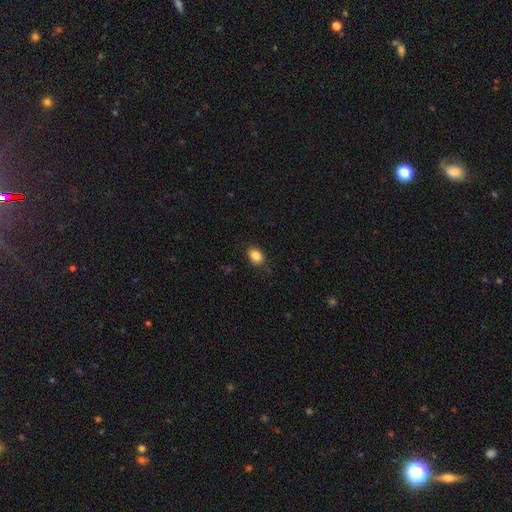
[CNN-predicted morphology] Smooth or featured?
  - smooth: 85% *
  - star or artifact: 9%
  - featured or disk: 6%
How rounded?
  - in between: 69% *
  - round: 30%
  - cigar-shaped: 1%
Merging?
  - none: 85% *
  - minor disturbance: 11%
  - major disturbance: 2%
  - merger: 1%